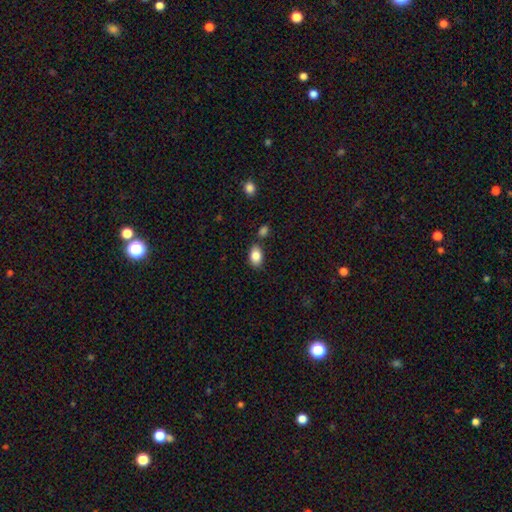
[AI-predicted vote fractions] smooth_or_featured: smooth (p=0.86) [alt: star or artifact p=0.08]
how_rounded: in between (p=0.88) [alt: round p=0.11]
merging: none (p=0.78) [alt: minor disturbance p=0.13]